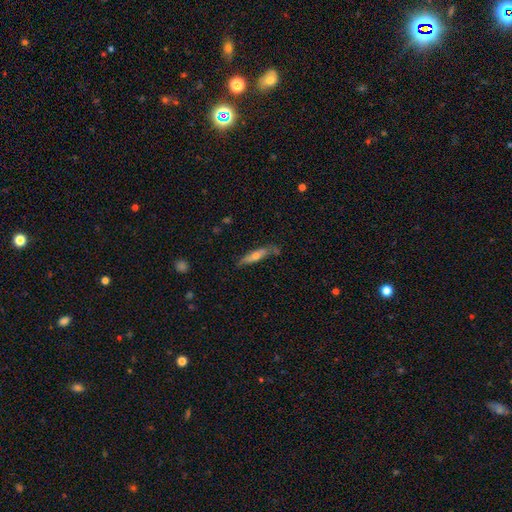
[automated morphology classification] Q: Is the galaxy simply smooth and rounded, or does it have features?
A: smooth — 54%.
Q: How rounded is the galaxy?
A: cigar-shaped — 79%.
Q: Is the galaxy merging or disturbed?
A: none — 64%.